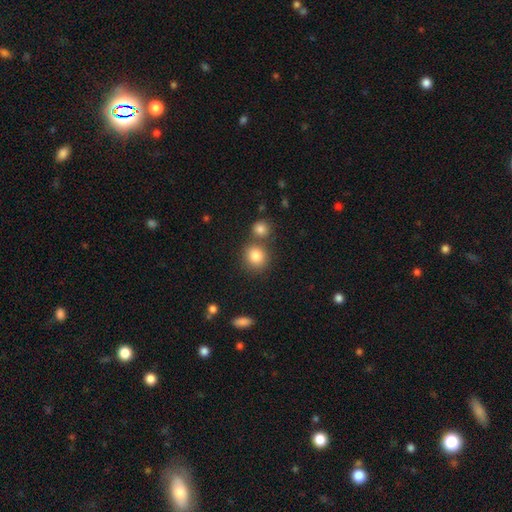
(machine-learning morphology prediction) Smooth or featured? smooth (84%)
How rounded? round (83%)
Merging? none (64%)